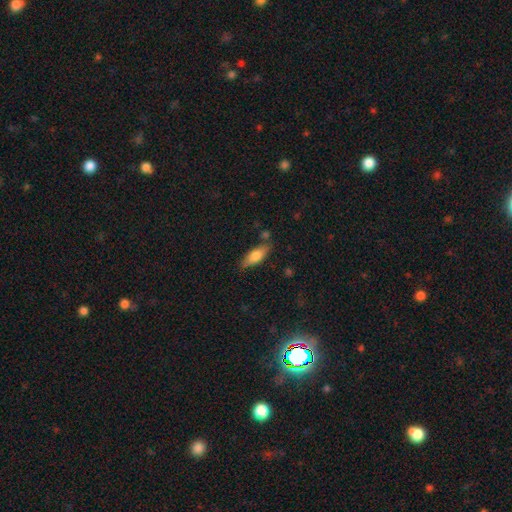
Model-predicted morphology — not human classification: Smooth or featured? Predicted: smooth (p=0.72). How rounded? Predicted: in between (p=0.67). Merging? Predicted: none (p=0.76).